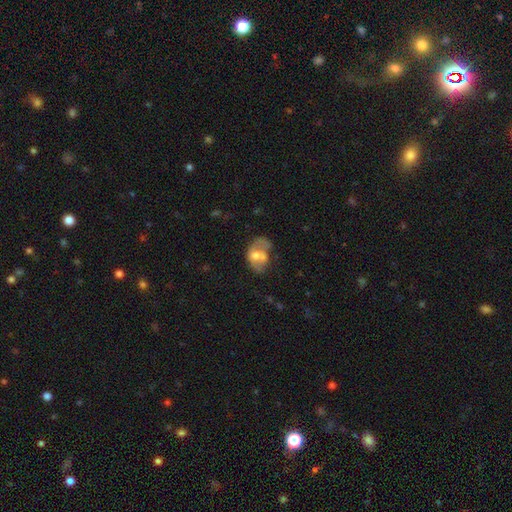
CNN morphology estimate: This appears to be a smooth galaxy with no disk features (49%). Merging: merger (39%).